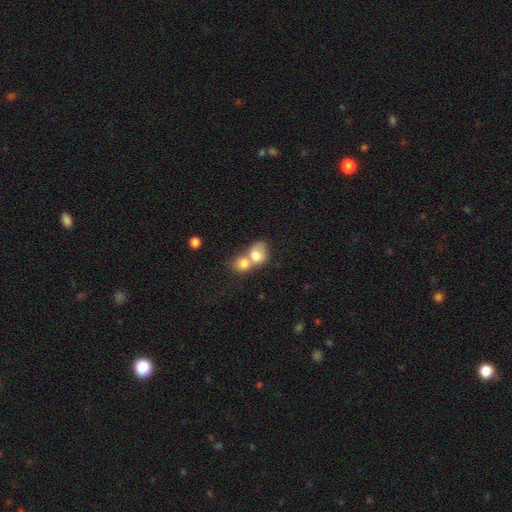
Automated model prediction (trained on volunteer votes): Smooth or featured? smooth (75%)
How rounded? round (51%)
Merging? merger (75%)